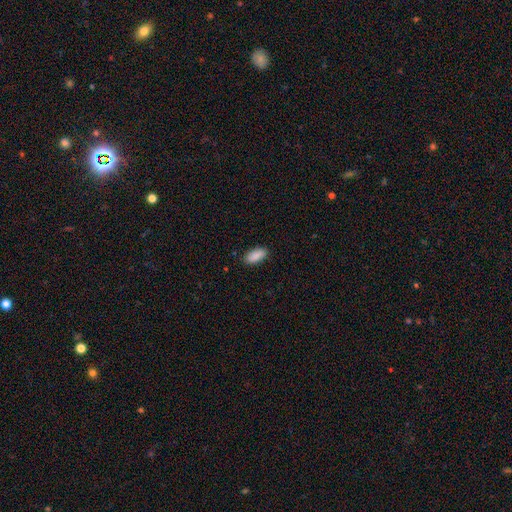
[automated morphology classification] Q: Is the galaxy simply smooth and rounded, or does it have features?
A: smooth — 90%.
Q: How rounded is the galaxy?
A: in between — 85%.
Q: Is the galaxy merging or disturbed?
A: none — 88%.